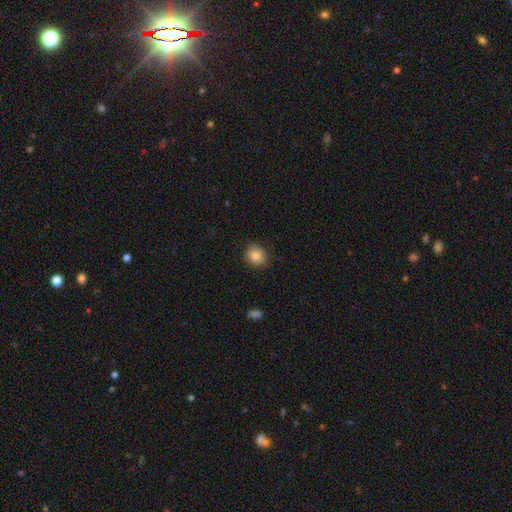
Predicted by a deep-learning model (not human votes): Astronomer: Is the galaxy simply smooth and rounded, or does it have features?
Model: smooth — 85%.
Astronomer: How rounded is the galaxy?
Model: round — 71%.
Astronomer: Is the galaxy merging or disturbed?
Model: none — 82%.